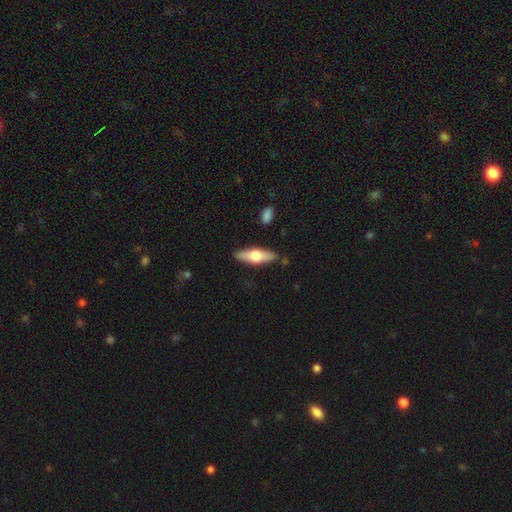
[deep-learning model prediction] A featured or disk galaxy (48%).

Vote fractions:
- Smooth or featured? featured or disk: 48% / smooth: 46% / star or artifact: 6%
- Merging? none: 86% / minor disturbance: 10% / merger: 2% / major disturbance: 2%